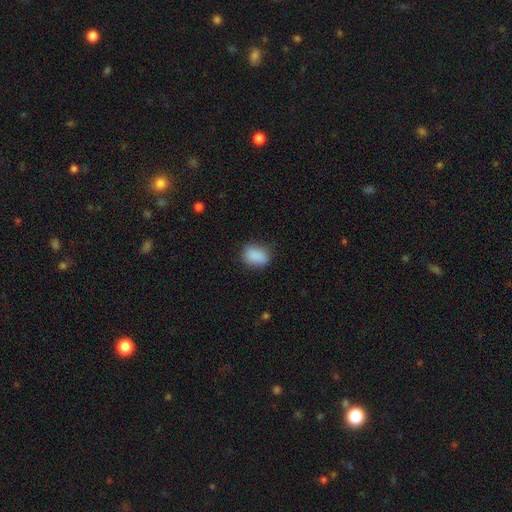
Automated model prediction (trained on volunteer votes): Morphology: type=smooth (88%); roundness=in between (74%); merging=none (77%).